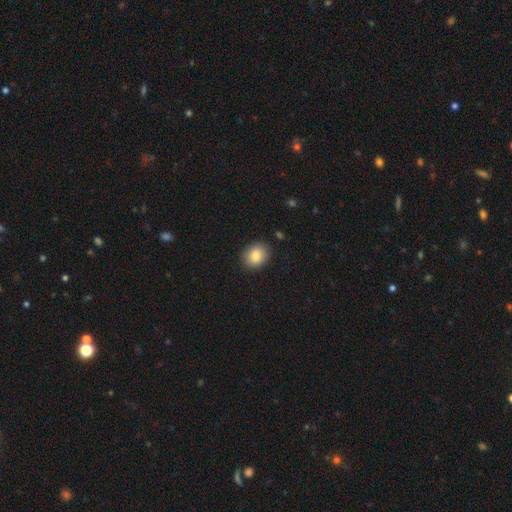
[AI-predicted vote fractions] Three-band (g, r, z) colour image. It shows a smooth galaxy with no disk features (84%) that is round (58%). Merging: none (88%).